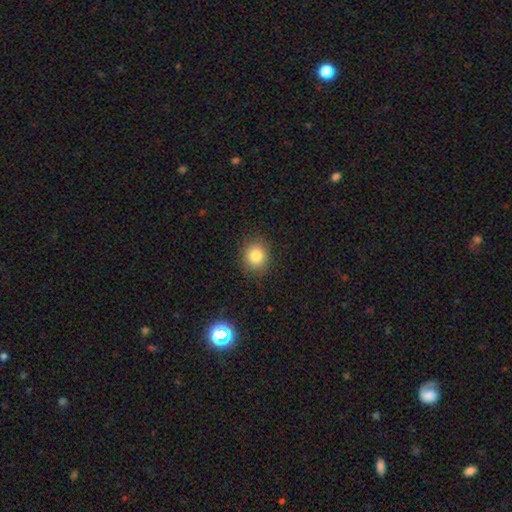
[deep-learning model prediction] smooth-or-featured: smooth: 83% | star or artifact: 11% | featured or disk: 7%
  how-rounded: round: 77% | in between: 22% | cigar-shaped: 1%
  merging: none: 87% | minor disturbance: 9% | major disturbance: 3% | merger: 1%